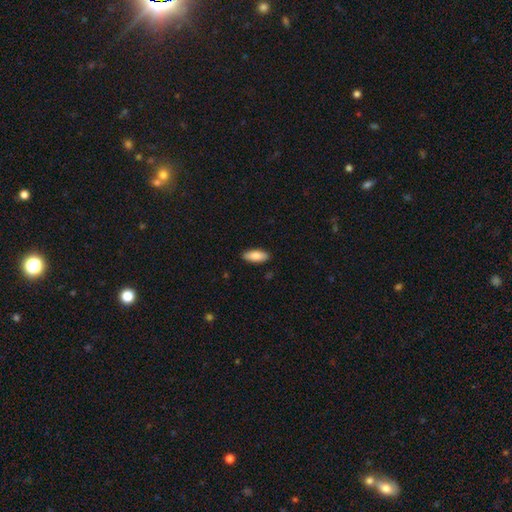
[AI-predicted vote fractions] Smooth or featured? smooth (87%)
How rounded? in between (83%)
Merging? none (89%)